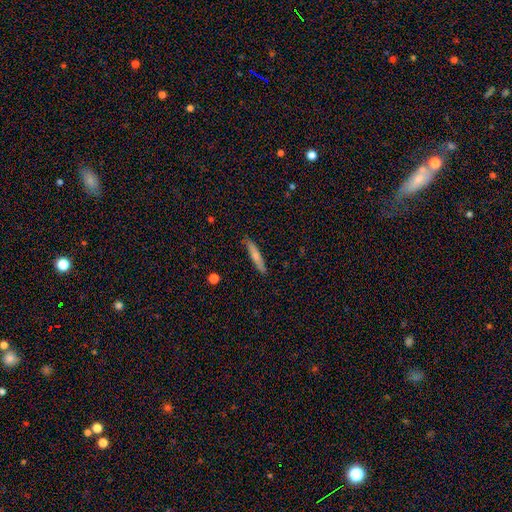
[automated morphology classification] Q: Smooth or featured?
A: smooth (68%); runner-up: featured or disk (26%)
Q: How rounded?
A: cigar-shaped (92%); runner-up: in between (7%)
Q: Merging?
A: none (86%); runner-up: minor disturbance (10%)